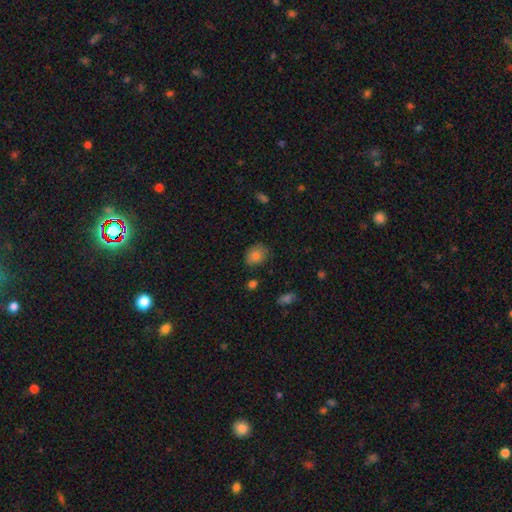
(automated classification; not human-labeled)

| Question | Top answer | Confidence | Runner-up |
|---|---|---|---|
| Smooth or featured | smooth | 83% | star or artifact (9%) |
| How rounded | in between | 58% | round (41%) |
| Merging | none | 79% | minor disturbance (16%) |